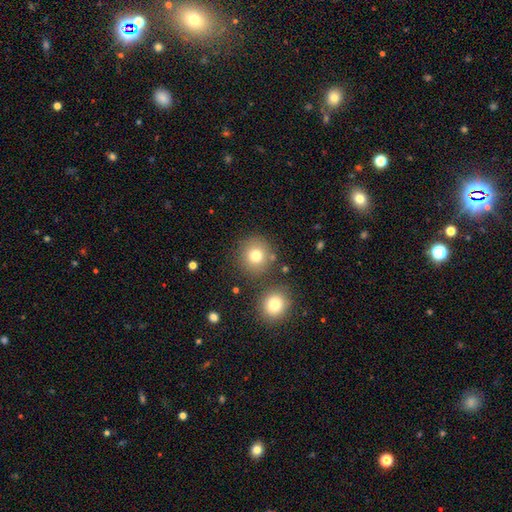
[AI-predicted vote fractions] smooth_or_featured: smooth (p=0.77) [alt: star or artifact p=0.13]
how_rounded: round (p=0.91) [alt: in between p=0.08]
merging: none (p=0.78) [alt: merger p=0.10]